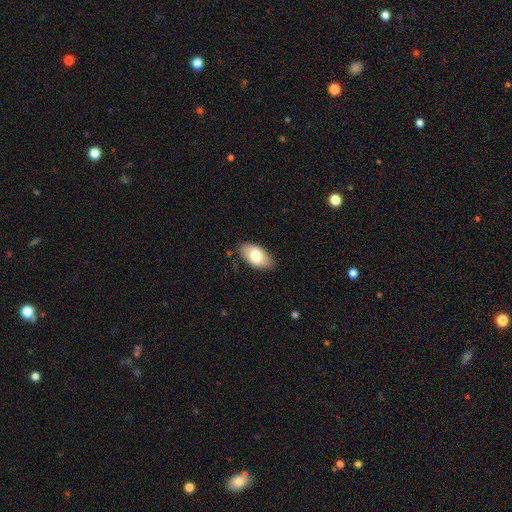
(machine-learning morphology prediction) Smooth or featured? Predicted: smooth (p=0.74). How rounded? Predicted: in between (p=0.94). Merging? Predicted: none (p=0.82).